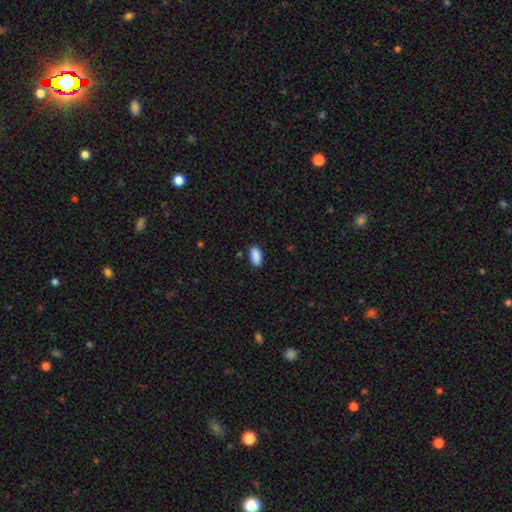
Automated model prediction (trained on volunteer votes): Q: Smooth or featured?
A: smooth (90%); runner-up: star or artifact (7%)
Q: How rounded?
A: in between (94%); runner-up: cigar-shaped (4%)
Q: Merging?
A: none (86%); runner-up: minor disturbance (10%)